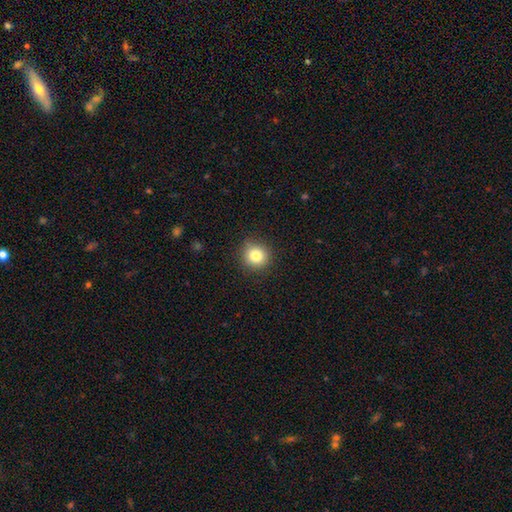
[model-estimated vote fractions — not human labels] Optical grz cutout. It shows a smooth galaxy with no disk features (82%) that is round (93%). Merging: none (88%).